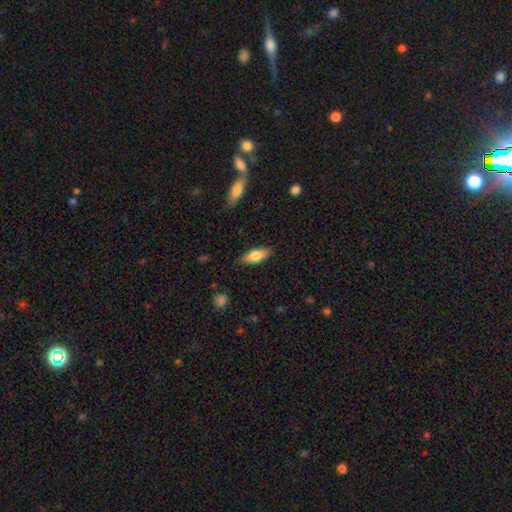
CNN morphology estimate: Smooth or featured? smooth (76%)
How rounded? in between (77%)
Merging? none (86%)